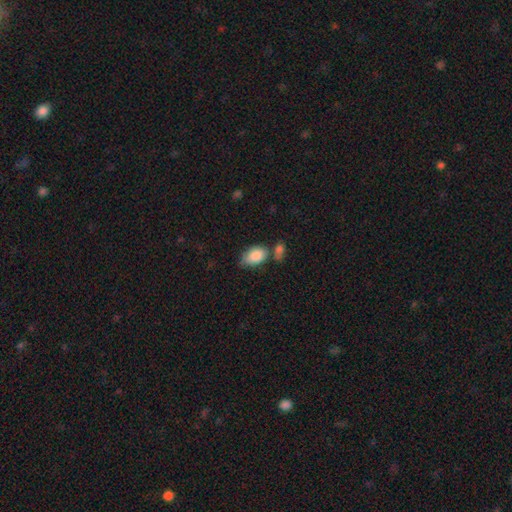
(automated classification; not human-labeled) smooth-or-featured: smooth: 87% | featured or disk: 7% | star or artifact: 7%
  how-rounded: in between: 89% | round: 9% | cigar-shaped: 2%
  merging: none: 48% | minor disturbance: 23% | merger: 22% | major disturbance: 7%